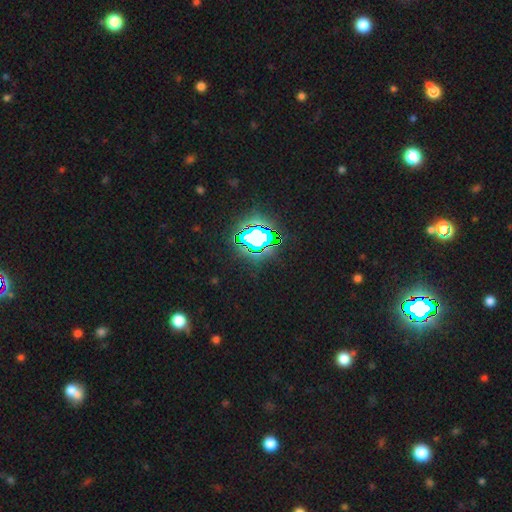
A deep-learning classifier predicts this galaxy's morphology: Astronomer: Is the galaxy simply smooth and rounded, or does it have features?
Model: star or artifact — 84%.